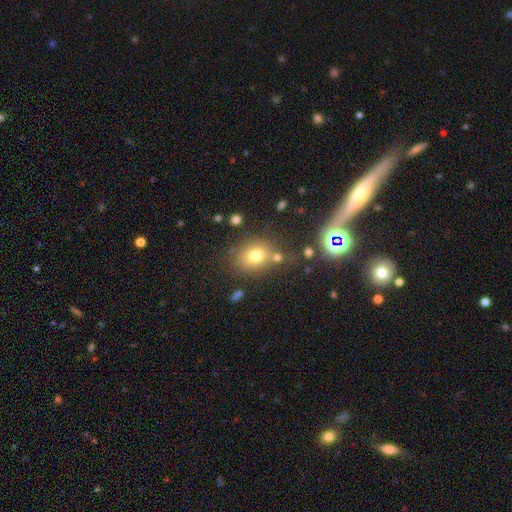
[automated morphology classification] Smooth or featured: smooth — 74% (star or artifact — 14%)
How rounded: round — 50% (in between — 49%)
Merging: none — 68% (minor disturbance — 14%)